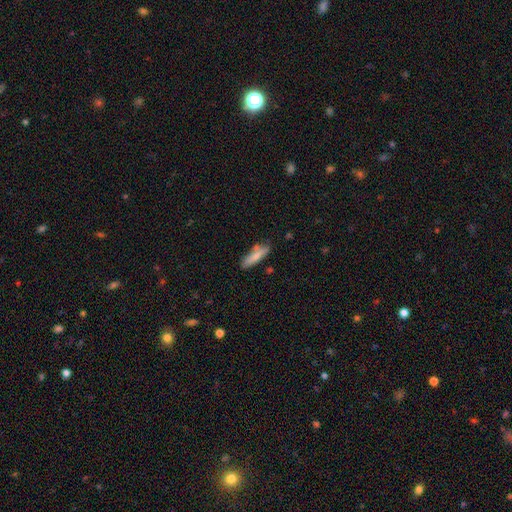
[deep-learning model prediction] smooth-or-featured: smooth: 77% | featured or disk: 17% | star or artifact: 6%
  how-rounded: cigar-shaped: 69% | in between: 30% | round: 2%
  merging: none: 71% | minor disturbance: 18% | merger: 7% | major disturbance: 4%